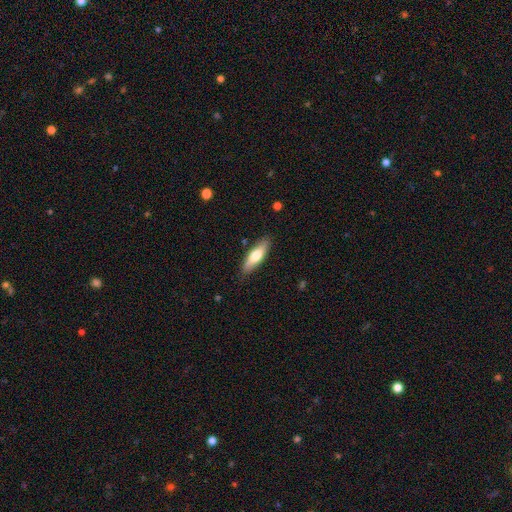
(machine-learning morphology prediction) This appears to be a smooth galaxy with no disk features (70%) that is cigar-shaped (51%). Merging: none (85%).